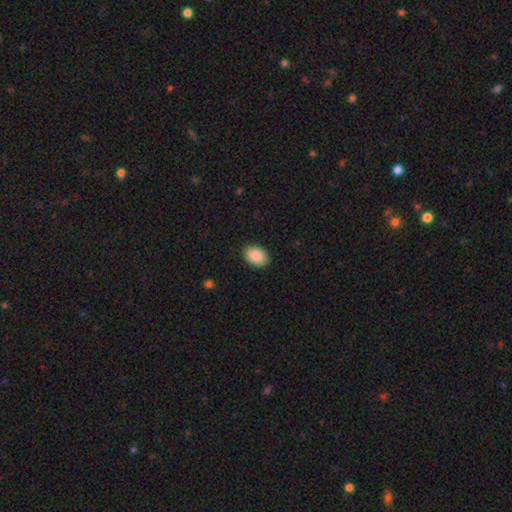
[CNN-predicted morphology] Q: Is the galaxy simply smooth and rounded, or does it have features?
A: smooth — 90%.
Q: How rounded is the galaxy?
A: in between — 86%.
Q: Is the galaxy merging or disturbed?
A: none — 89%.